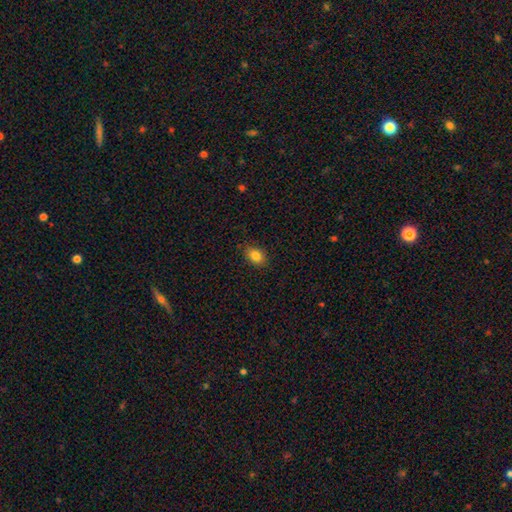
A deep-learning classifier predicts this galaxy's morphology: The model was most divided on "how rounded": in between: 79%, round: 20%, cigar-shaped: 1%. More confident: merging — none (85%); smooth or featured — smooth (83%).